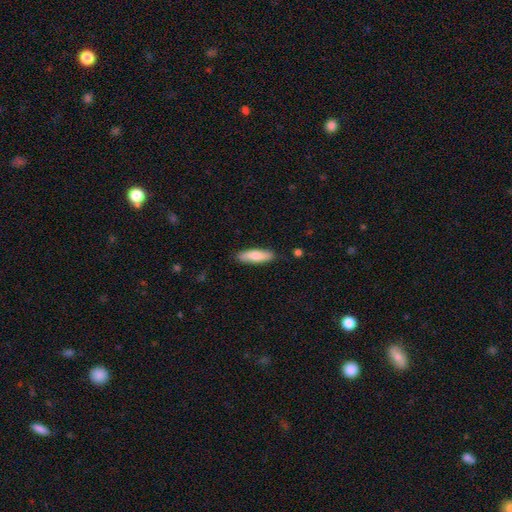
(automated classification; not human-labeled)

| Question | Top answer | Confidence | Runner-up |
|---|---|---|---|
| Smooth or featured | smooth | 73% | featured or disk (22%) |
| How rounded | cigar-shaped | 58% | in between (40%) |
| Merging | none | 86% | minor disturbance (11%) |